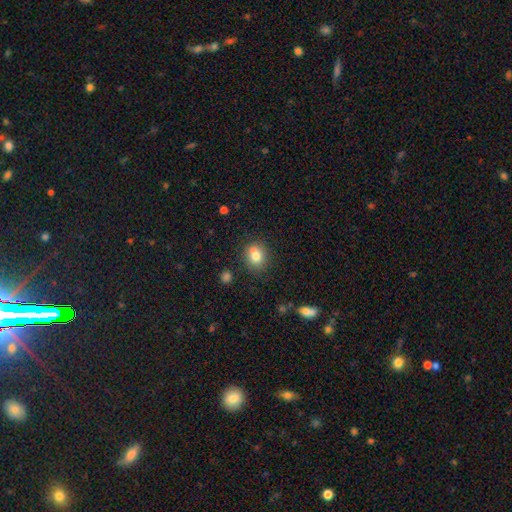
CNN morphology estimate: Smooth or featured? Predicted: smooth (p=0.79). How rounded? Predicted: round (p=0.64). Merging? Predicted: none (p=0.73).